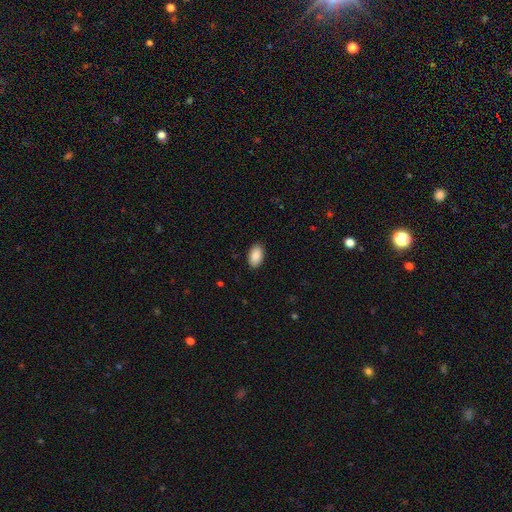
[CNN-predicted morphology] A smooth galaxy with no disk features (90%) that is in between round and cigar-shaped (95%). Merging: none (90%).